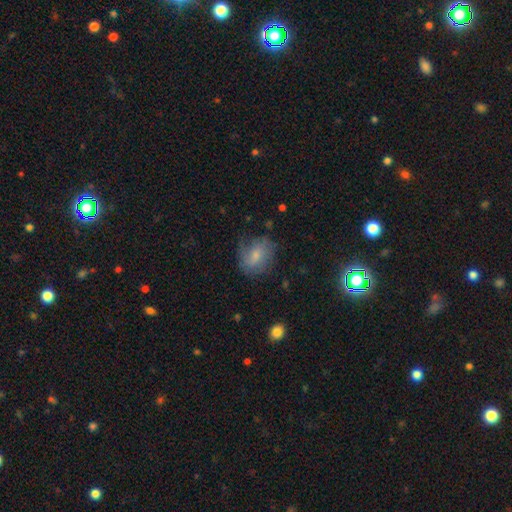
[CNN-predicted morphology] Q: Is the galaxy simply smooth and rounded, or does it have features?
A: smooth — 64%.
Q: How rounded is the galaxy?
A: in between — 51%.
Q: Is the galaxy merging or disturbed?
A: none — 60%.